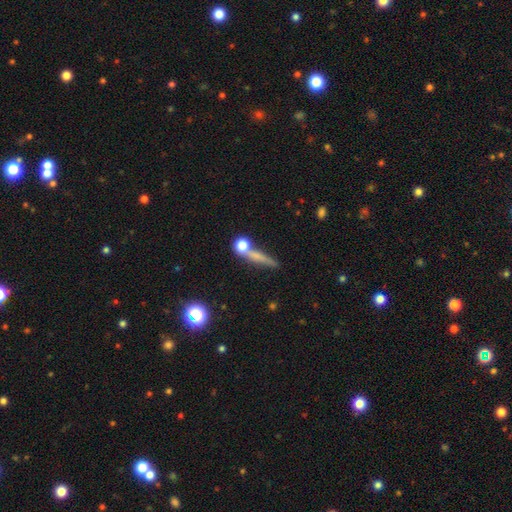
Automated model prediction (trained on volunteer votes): Smooth or featured? Predicted: smooth (p=0.58). How rounded? Predicted: cigar-shaped (p=0.62). Merging? Predicted: none (p=0.59).